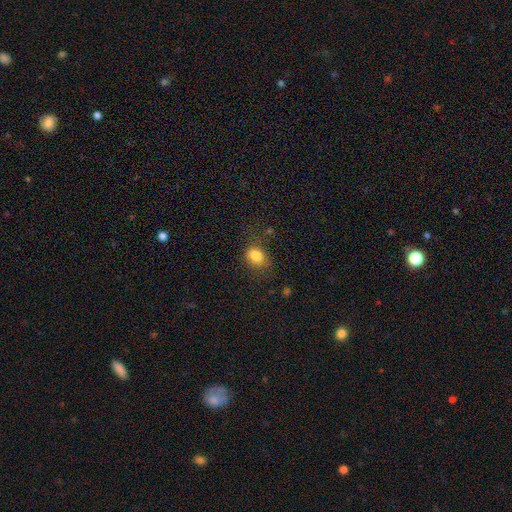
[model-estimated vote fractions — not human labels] The model was most divided on "how rounded": in between: 57%, round: 42%, cigar-shaped: 1%. More confident: smooth or featured — smooth (83%); merging — none (68%).